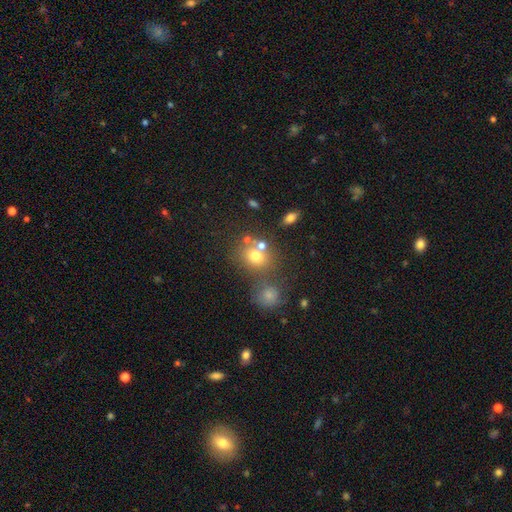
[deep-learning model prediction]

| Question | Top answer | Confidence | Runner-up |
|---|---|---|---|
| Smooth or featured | smooth | 70% | star or artifact (16%) |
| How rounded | round | 69% | in between (30%) |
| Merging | none | 53% | merger (30%) |